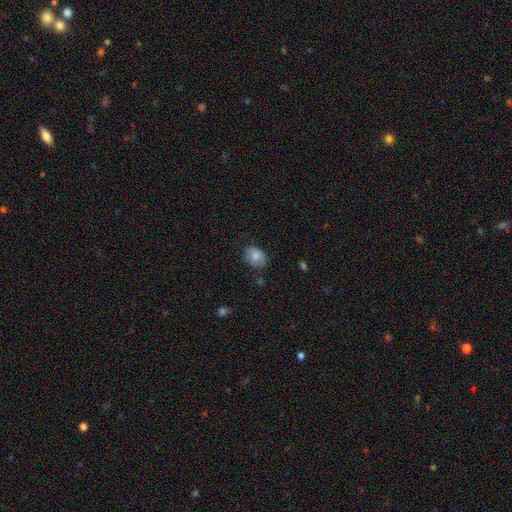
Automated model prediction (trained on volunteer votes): This appears to be a smooth galaxy with no disk features (81%) that is in between round and cigar-shaped (52%). Merging: none (66%).